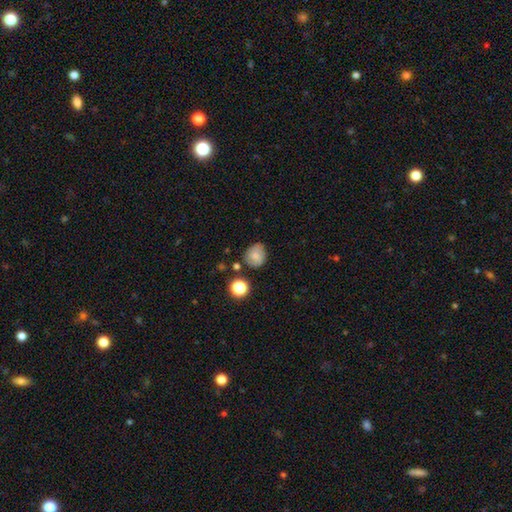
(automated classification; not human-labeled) smooth_or_featured: smooth (p=0.78) [alt: star or artifact p=0.11]
how_rounded: round (p=0.71) [alt: in between p=0.28]
merging: none (p=0.70) [alt: minor disturbance p=0.20]